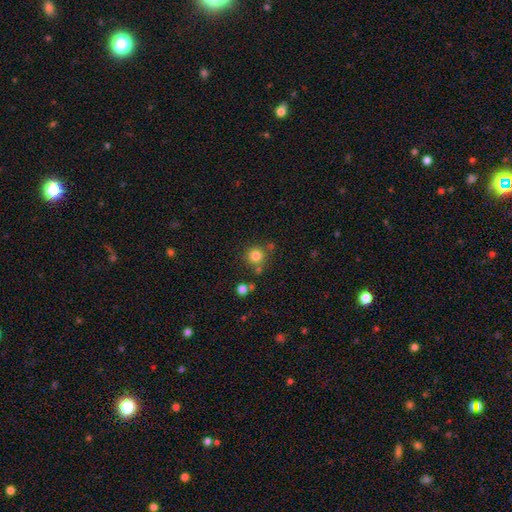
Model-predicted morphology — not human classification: The model was most divided on "merging": none: 75%, merger: 11%, minor disturbance: 11%, major disturbance: 4%. More confident: how rounded — round (92%); smooth or featured — smooth (82%).